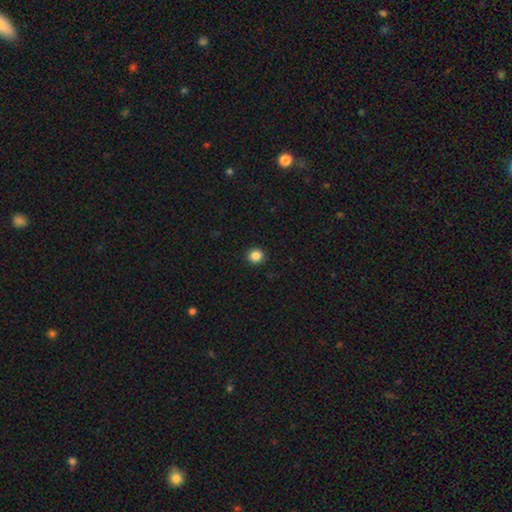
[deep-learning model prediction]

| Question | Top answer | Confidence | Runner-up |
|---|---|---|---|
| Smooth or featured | smooth | 86% | star or artifact (11%) |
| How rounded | round | 94% | in between (5%) |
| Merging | none | 93% | minor disturbance (4%) |